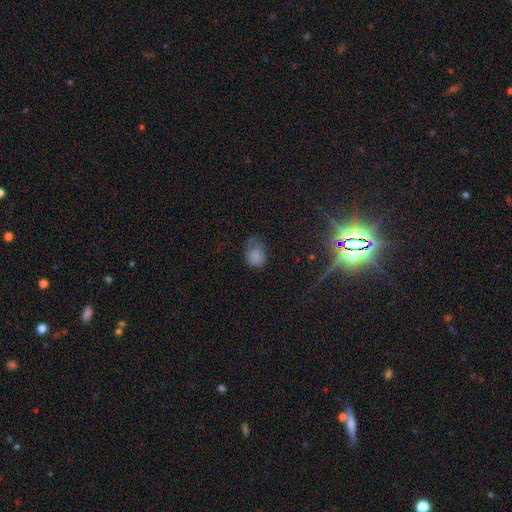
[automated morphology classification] Overall: smooth (67%). How rounded: in between (56%; round 43%). Merging: none (40%; minor disturbance 35%).